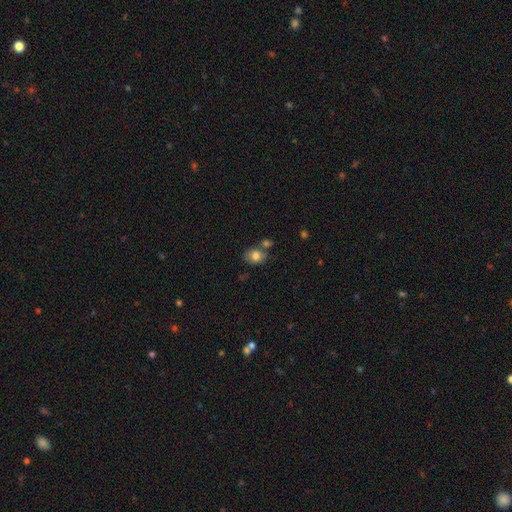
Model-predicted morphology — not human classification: smooth-or-featured: smooth: 78% | featured or disk: 13% | star or artifact: 9%
  how-rounded: in between: 56% | round: 43% | cigar-shaped: 1%
  merging: none: 54% | merger: 24% | minor disturbance: 17% | major disturbance: 5%